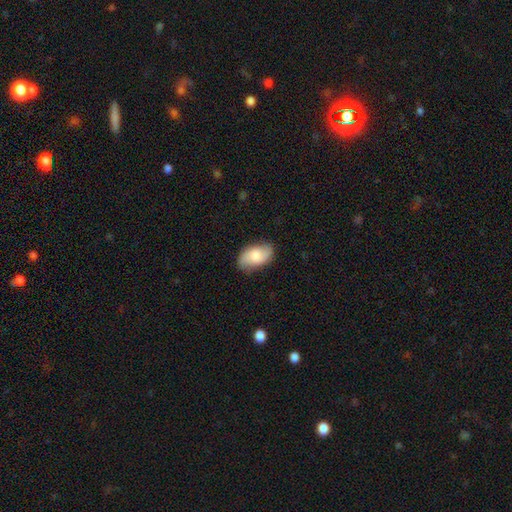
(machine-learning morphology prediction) The model was most divided on "smooth or featured": smooth: 54%, featured or disk: 39%, star or artifact: 7%. More confident: how rounded — in between (93%); merging — none (78%).